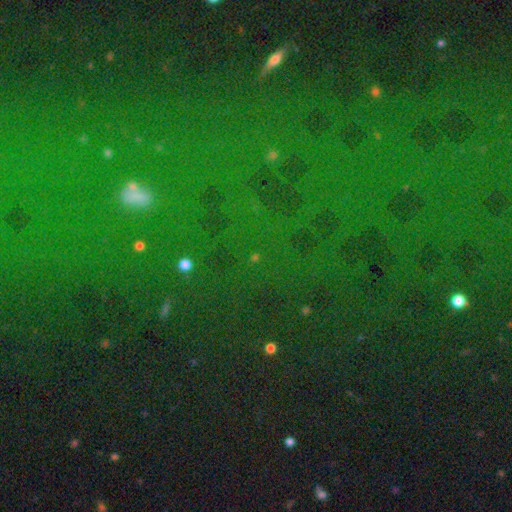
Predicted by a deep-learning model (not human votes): Smooth or featured? star or artifact (77%)